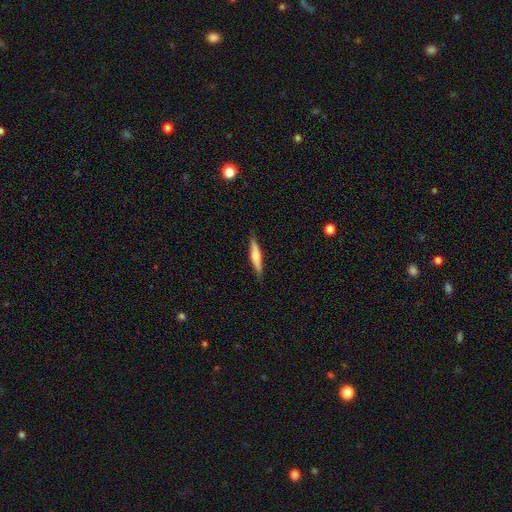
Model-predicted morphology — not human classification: This appears to be a featured or disk galaxy (52%) viewed edge-on (96%). Merging: none (88%).